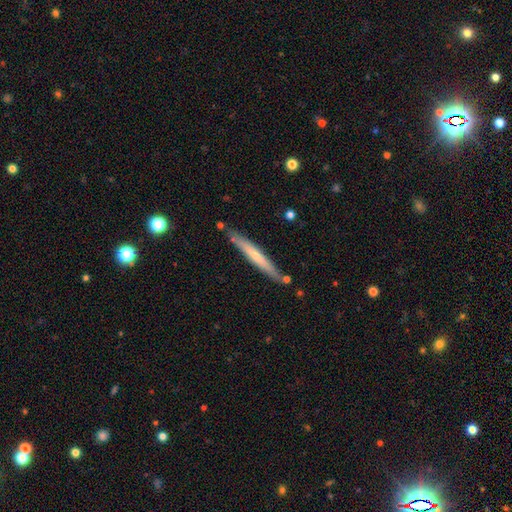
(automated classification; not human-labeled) A smooth galaxy with no disk features (52%) that is cigar-shaped (96%). Merging: none (83%).